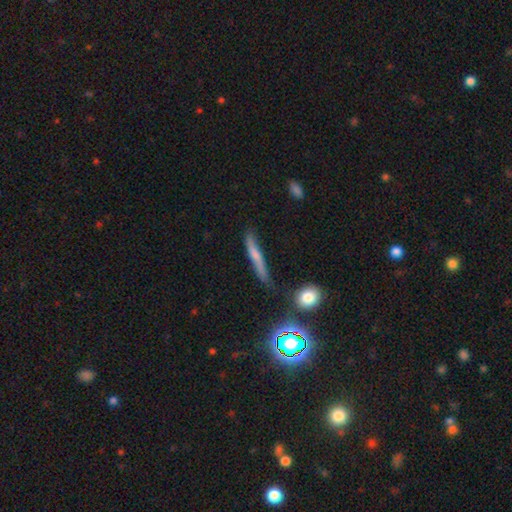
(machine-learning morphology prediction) smooth-or-featured: smooth: 49% | featured or disk: 39% | star or artifact: 12%
  merging: none: 69% | minor disturbance: 21% | major disturbance: 6% | merger: 5%